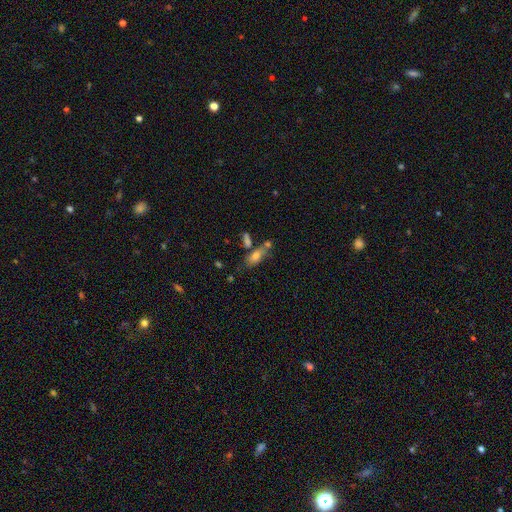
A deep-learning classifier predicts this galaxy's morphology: smooth 69%, featured or disk 20%, star or artifact 11%. Down the decision tree: how rounded — in between (74%); merging — none (46%).